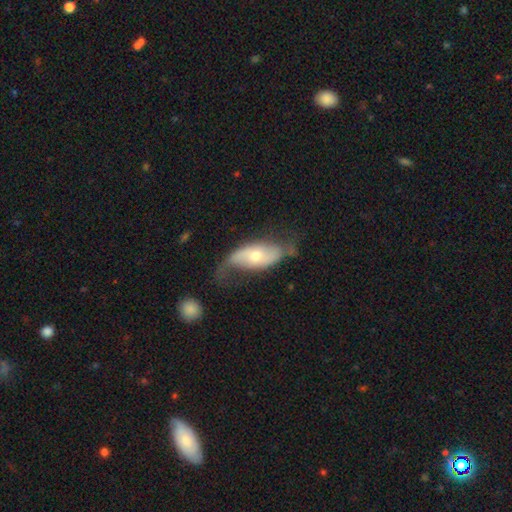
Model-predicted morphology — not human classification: Q: Smooth or featured?
A: featured or disk (65%); runner-up: smooth (29%)
Q: Edge-on disk?
A: no (88%); runner-up: yes (12%)
Q: Bar?
A: no (62%); runner-up: weak (26%)
Q: Spiral arms?
A: yes (80%); runner-up: no (20%)
Q: Bulge size?
A: moderate (56%); runner-up: small (37%)
Q: Merging?
A: none (44%); runner-up: minor disturbance (29%)